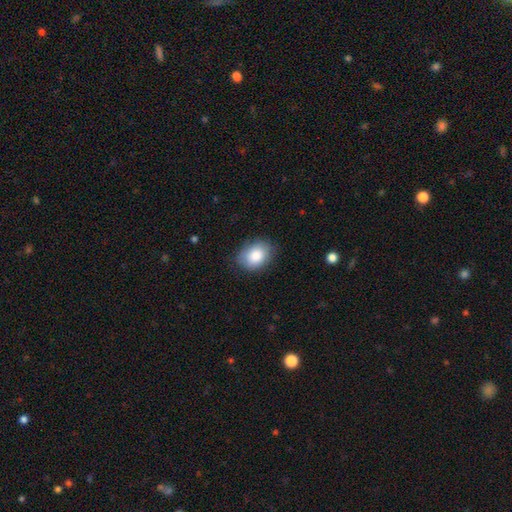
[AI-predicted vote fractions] Smooth or featured: smooth — 84% (featured or disk — 9%)
How rounded: in between — 66% (round — 33%)
Merging: none — 78% (minor disturbance — 17%)